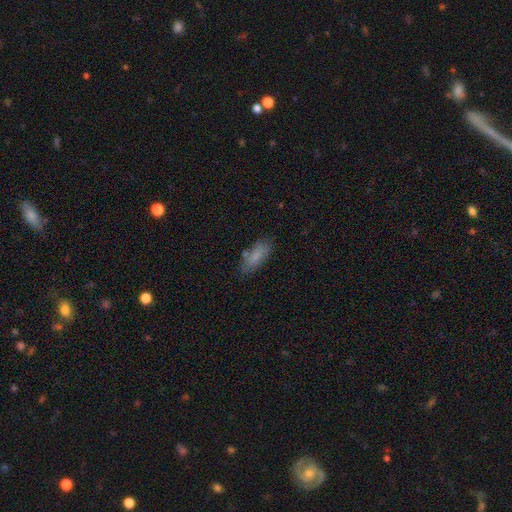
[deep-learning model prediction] Smooth or featured: smooth — 77% (featured or disk — 16%)
How rounded: in between — 75% (cigar-shaped — 23%)
Merging: none — 75% (minor disturbance — 17%)